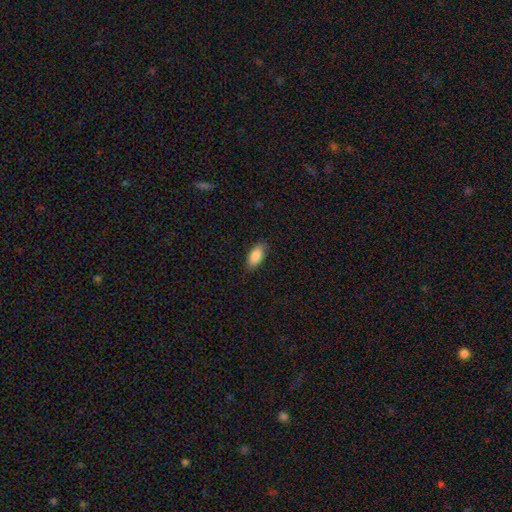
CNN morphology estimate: smooth-or-featured: smooth: 87% | featured or disk: 7% | star or artifact: 6%
  how-rounded: in between: 89% | cigar-shaped: 8% | round: 2%
  merging: none: 86% | minor disturbance: 11% | major disturbance: 2% | merger: 1%